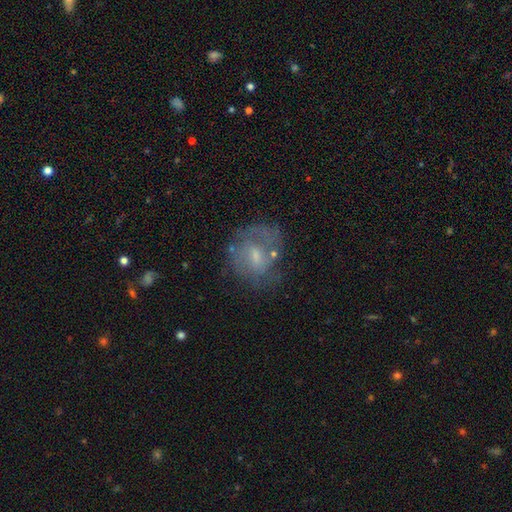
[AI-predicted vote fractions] smooth-or-featured: featured or disk: 60% | smooth: 30% | star or artifact: 10%
  disk-edge-on: no: 97% | yes: 3%
    bar: weak: 50% | no: 41% | strong: 9%
    has-spiral-arms: yes: 68% | no: 32%
    bulge-size: small: 49% | moderate: 38% | none: 10% | large: 3% | dominant: 1%
  merging: none: 59% | minor disturbance: 21% | major disturbance: 15% | merger: 5%